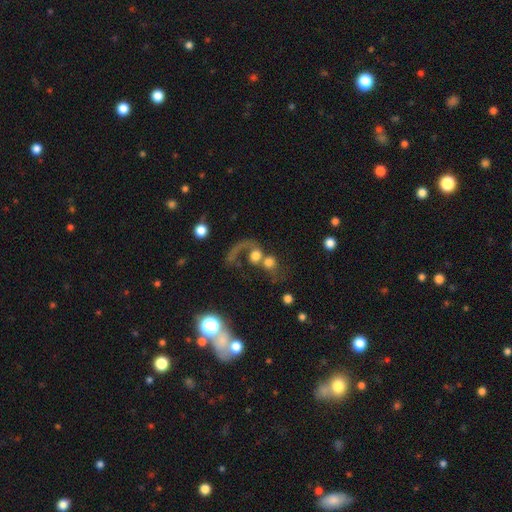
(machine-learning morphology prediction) A smooth galaxy with no disk features (46%). Merging: merger (58%).